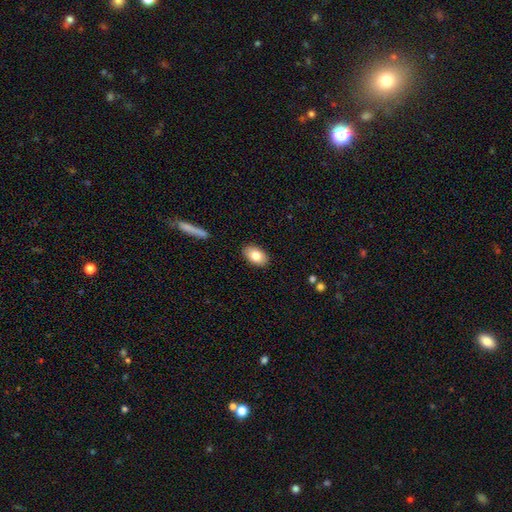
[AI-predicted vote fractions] smooth-or-featured: smooth: 80% | featured or disk: 13% | star or artifact: 7%
  how-rounded: in between: 91% | round: 7% | cigar-shaped: 2%
  merging: none: 89% | minor disturbance: 8% | major disturbance: 2% | merger: 1%